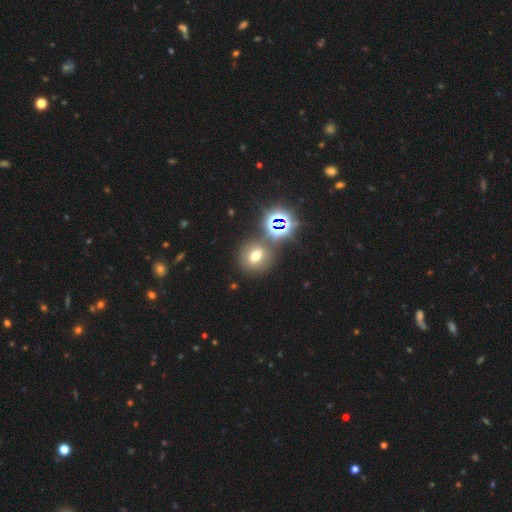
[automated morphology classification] Smooth or featured?
  - smooth: 55% *
  - star or artifact: 31%
  - featured or disk: 14%
How rounded?
  - round: 75% *
  - in between: 23%
  - cigar-shaped: 1%
Merging?
  - none: 74% *
  - merger: 12%
  - minor disturbance: 9%
  - major disturbance: 4%